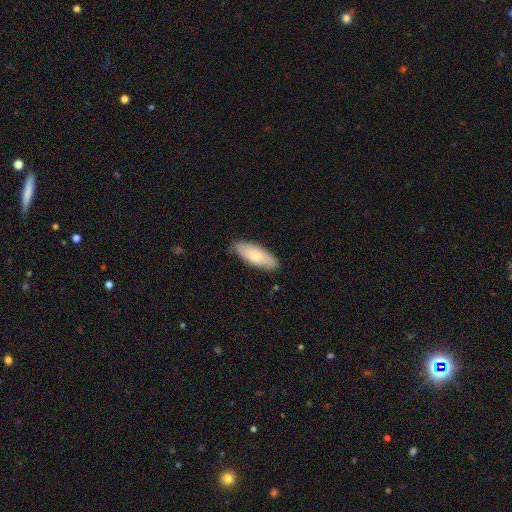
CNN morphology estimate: This is likely a smooth galaxy (70%). How rounded: likely in between (75%). Merging: likely none (77%).